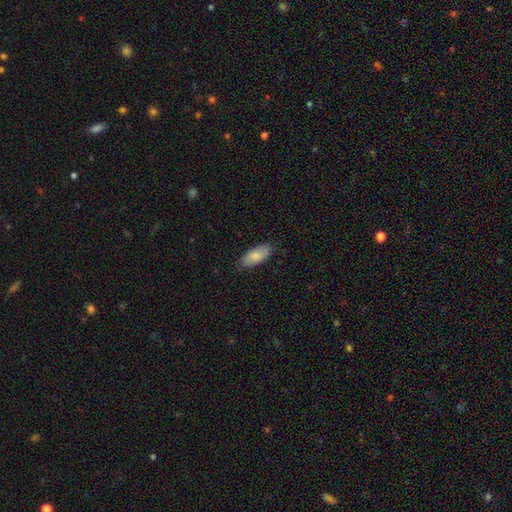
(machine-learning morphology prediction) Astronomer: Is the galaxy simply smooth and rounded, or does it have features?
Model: smooth — 83%.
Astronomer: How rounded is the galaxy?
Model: in between — 86%.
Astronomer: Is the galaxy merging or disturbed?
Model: none — 83%.